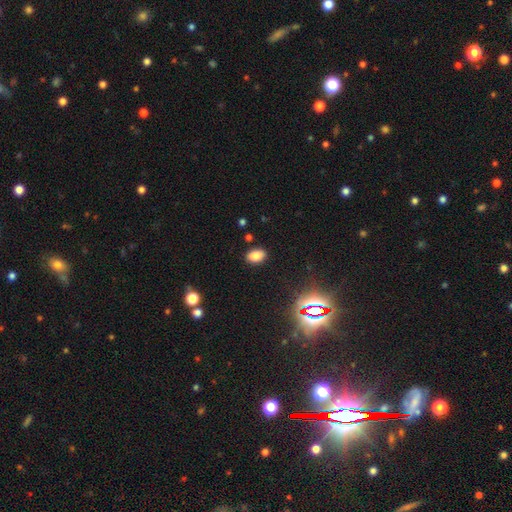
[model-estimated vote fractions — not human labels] A smooth galaxy with no disk features (78%) that is in between round and cigar-shaped (85%). Merging: none (87%).